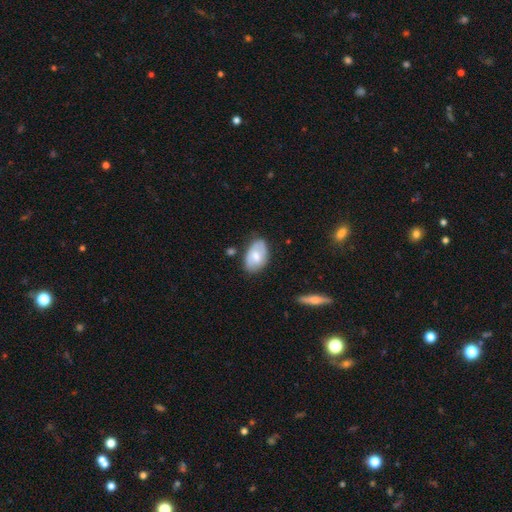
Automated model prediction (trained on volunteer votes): smooth_or_featured: smooth (p=0.57) [alt: featured or disk p=0.37]
how_rounded: in between (p=0.91) [alt: round p=0.07]
merging: none (p=0.67) [alt: minor disturbance p=0.24]